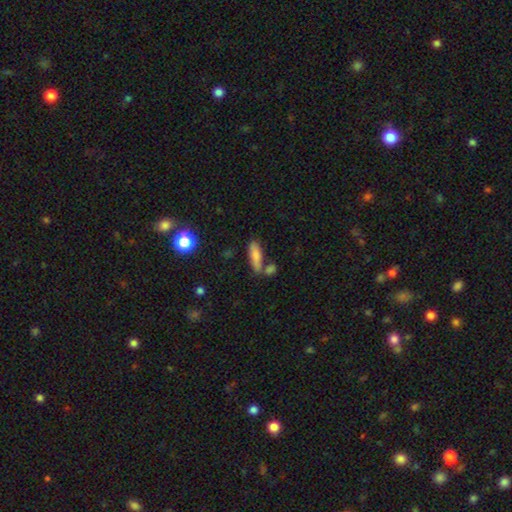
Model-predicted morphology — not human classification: smooth_or_featured: smooth (p=0.78) [alt: featured or disk p=0.13]
how_rounded: in between (p=0.51) [alt: cigar-shaped p=0.46]
merging: none (p=0.58) [alt: merger p=0.22]